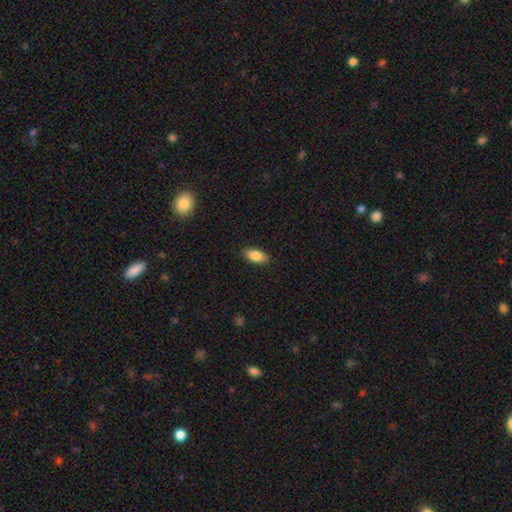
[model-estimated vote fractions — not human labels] The model was most divided on "smooth or featured": smooth: 85%, featured or disk: 8%, star or artifact: 7%. More confident: how rounded — in between (88%); merging — none (88%).